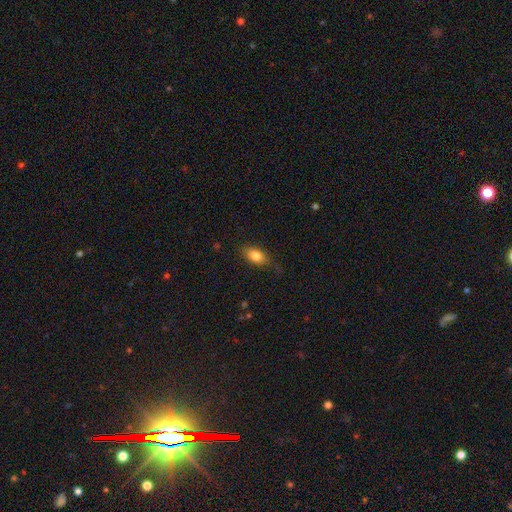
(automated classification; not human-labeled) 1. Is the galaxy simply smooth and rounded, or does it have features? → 82% smooth, 10% featured or disk, 8% star or artifact.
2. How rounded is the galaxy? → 87% in between, 8% cigar-shaped, 5% round.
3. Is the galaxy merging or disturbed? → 74% none, 19% minor disturbance, 6% major disturbance, 1% merger.